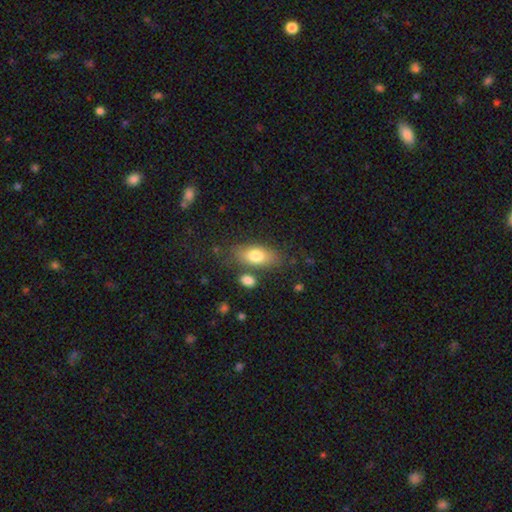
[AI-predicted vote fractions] This appears to be a smooth galaxy with no disk features (77%) that is in between round and cigar-shaped (84%). Merging: none (72%).